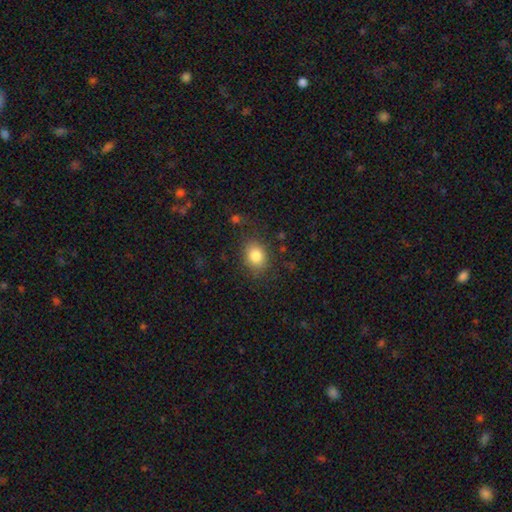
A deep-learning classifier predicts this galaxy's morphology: The model was most divided on "how rounded": in between: 55%, round: 44%, cigar-shaped: 1%. More confident: smooth or featured — smooth (82%); merging — none (79%).